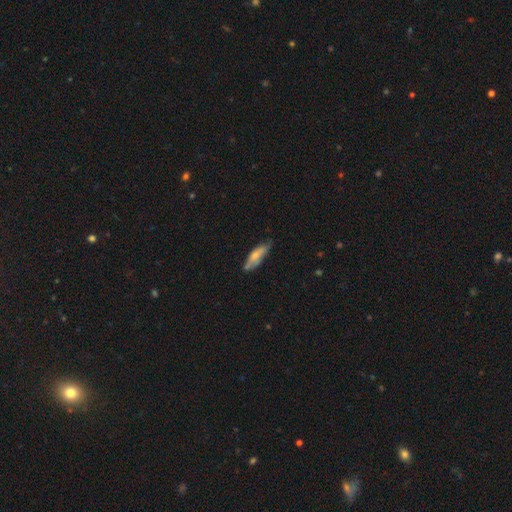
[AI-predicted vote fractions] Smooth or featured?
  - smooth: 62% *
  - featured or disk: 32%
  - star or artifact: 6%
How rounded?
  - cigar-shaped: 51% *
  - in between: 47%
  - round: 2%
Merging?
  - none: 62% *
  - minor disturbance: 29%
  - major disturbance: 6%
  - merger: 3%